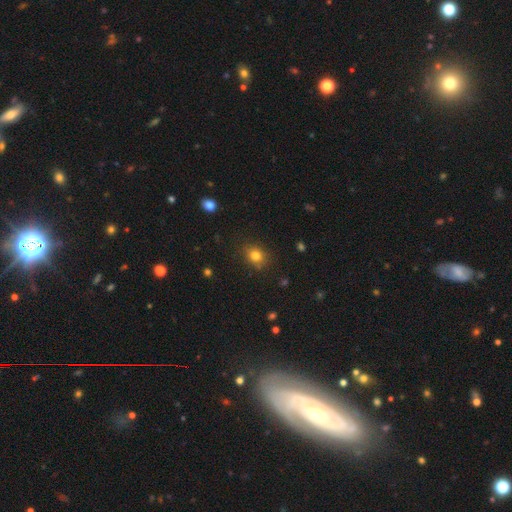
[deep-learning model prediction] This appears to be a smooth galaxy with no disk features (81%) that is round (59%). Merging: none (84%).